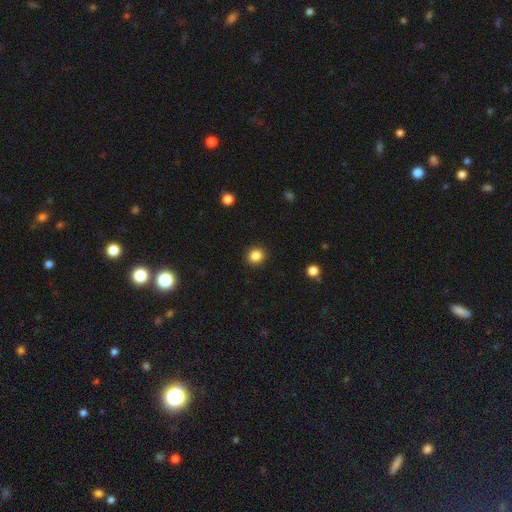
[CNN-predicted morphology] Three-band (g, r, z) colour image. It shows a smooth galaxy with no disk features (85%) that is round (87%). Merging: none (91%).